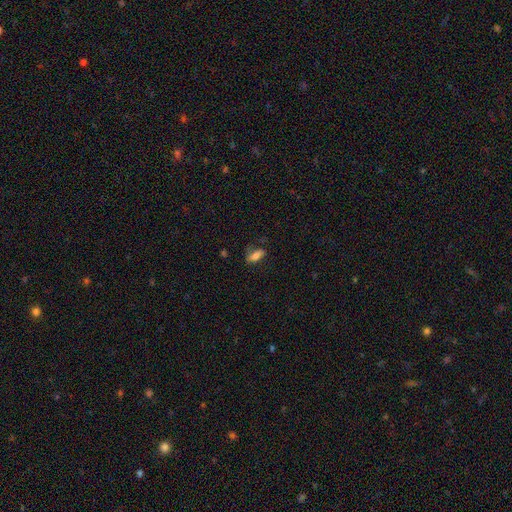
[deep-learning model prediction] smooth-or-featured: smooth: 76% | featured or disk: 14% | star or artifact: 10%
  how-rounded: in between: 75% | cigar-shaped: 21% | round: 4%
  merging: none: 61% | minor disturbance: 25% | major disturbance: 12% | merger: 2%